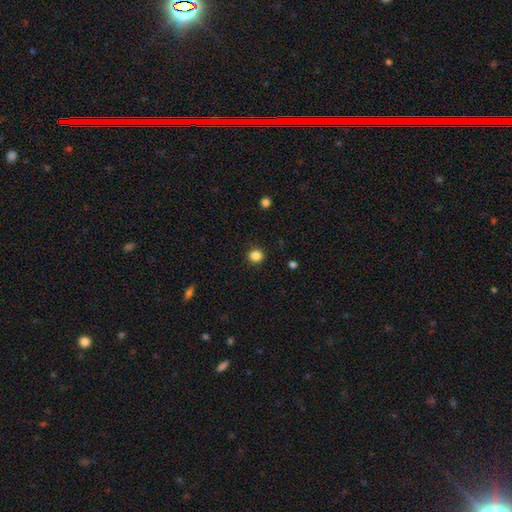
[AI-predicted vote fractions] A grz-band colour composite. It shows a smooth galaxy with no disk features (84%) that is round (93%). Merging: none (92%).